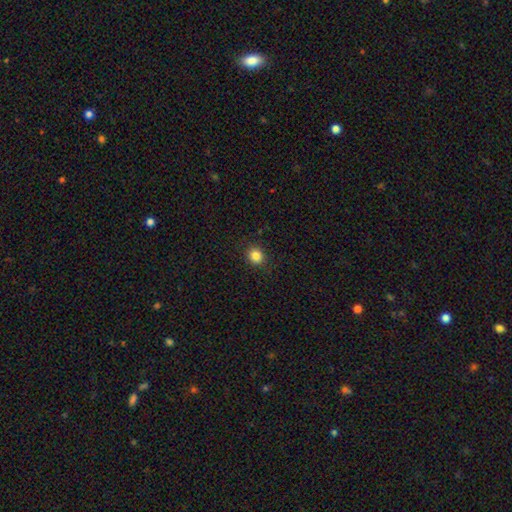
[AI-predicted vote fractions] A smooth galaxy with no disk features (85%) that is round (79%). Merging: none (90%).